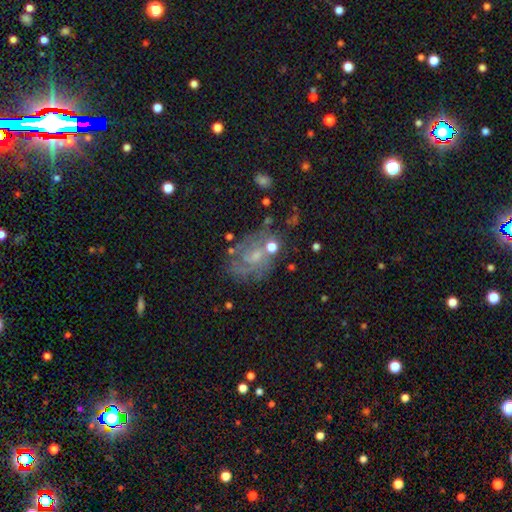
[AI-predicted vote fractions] Smooth or featured: featured or disk — 63% (smooth — 20%)
Edge-on disk: no — 97% (yes — 3%)
Bar: no — 56% (weak — 36%)
Spiral arms: yes — 79% (no — 21%)
Bulge size: small — 54% (moderate — 27%)
Merging: none — 59% (minor disturbance — 20%)